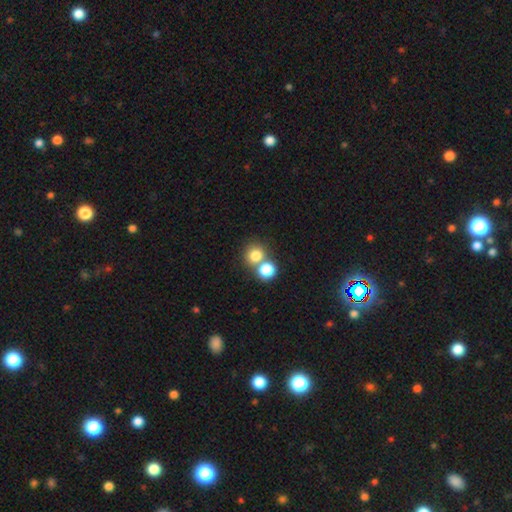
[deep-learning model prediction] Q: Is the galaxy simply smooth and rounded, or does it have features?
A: smooth — 77%.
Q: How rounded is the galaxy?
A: round — 85%.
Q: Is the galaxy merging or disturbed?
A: none — 50%.